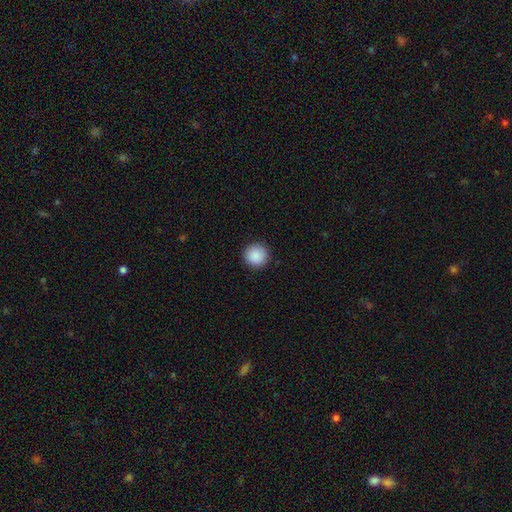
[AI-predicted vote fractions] This appears to be a smooth galaxy with no disk features (90%) that is round (96%). Merging: none (92%).